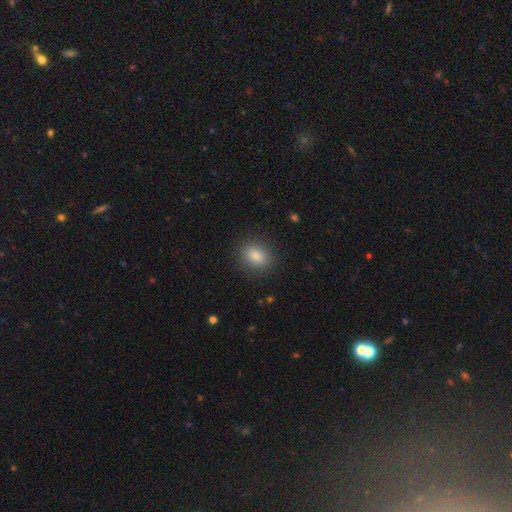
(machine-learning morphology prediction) smooth 83%, star or artifact 10%, featured or disk 6%. Down the decision tree: how rounded — round (51%); merging — none (88%).